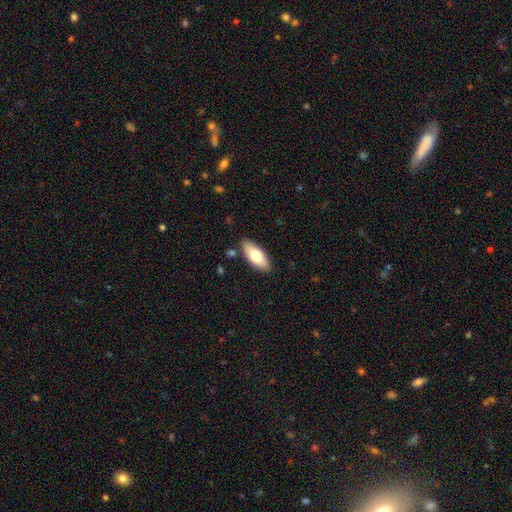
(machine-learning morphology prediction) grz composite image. It shows a smooth galaxy with no disk features (73%) that is in between round and cigar-shaped (83%). Merging: none (85%).